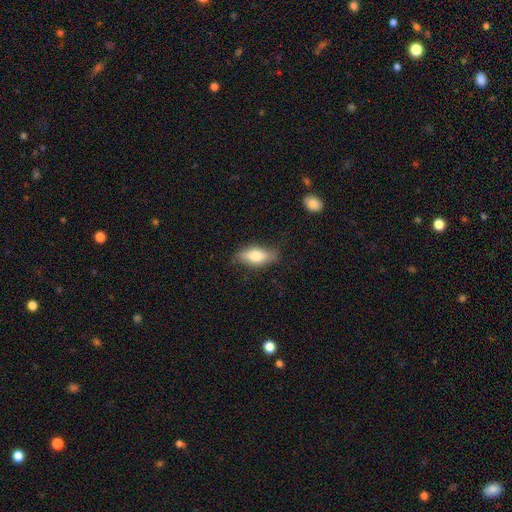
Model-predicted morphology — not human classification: A smooth galaxy with no disk features (74%) that is in between round and cigar-shaped (80%).

Vote fractions:
- Smooth or featured? smooth: 74% / featured or disk: 19% / star or artifact: 6%
- How rounded? in between: 80% / cigar-shaped: 17% / round: 3%
- Merging? none: 76% / minor disturbance: 19% / major disturbance: 4% / merger: 1%